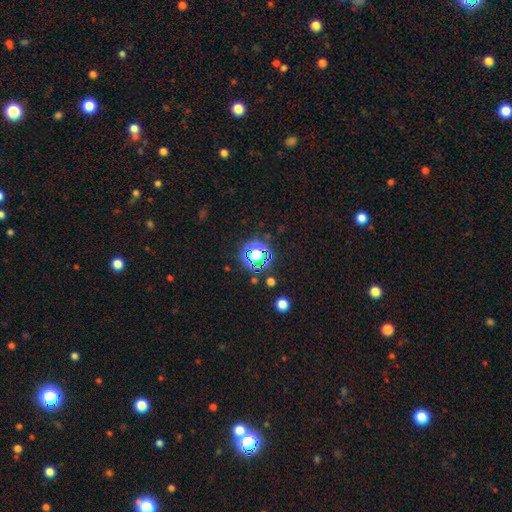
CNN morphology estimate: Smooth or featured?
  - star or artifact: 59% *
  - smooth: 31%
  - featured or disk: 10%